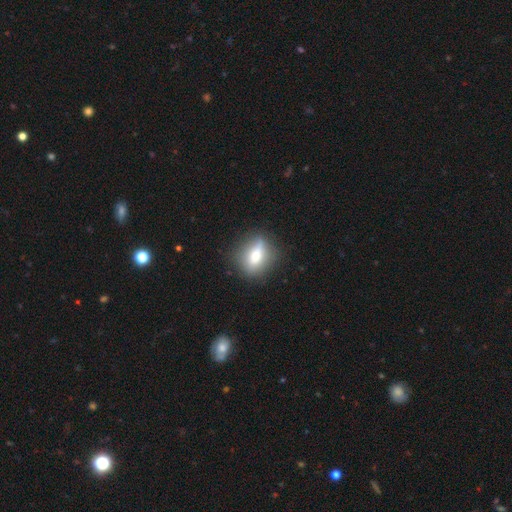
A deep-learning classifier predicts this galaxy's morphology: A smooth galaxy with no disk features (57%) that is in between round and cigar-shaped (51%). Merging: none (72%).